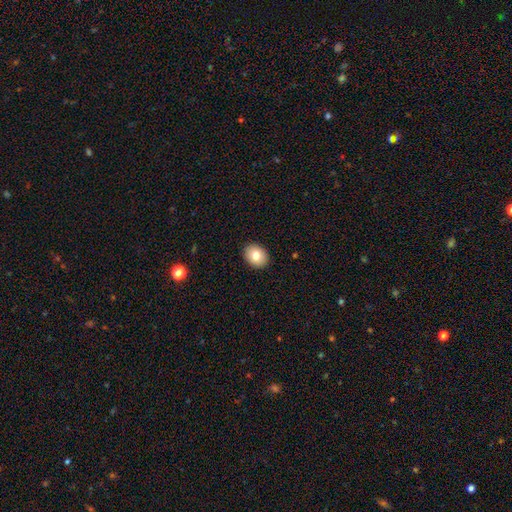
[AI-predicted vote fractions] Q: Smooth or featured?
A: smooth (78%); runner-up: featured or disk (13%)
Q: How rounded?
A: round (50%); runner-up: in between (49%)
Q: Merging?
A: none (91%); runner-up: minor disturbance (6%)